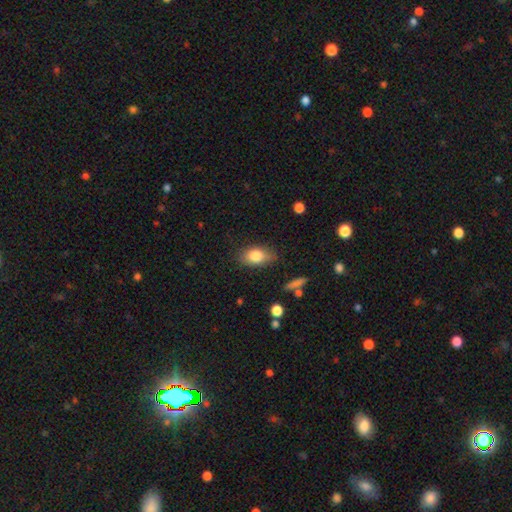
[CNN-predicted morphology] Q: Smooth or featured?
A: smooth (82%); runner-up: featured or disk (10%)
Q: How rounded?
A: in between (84%); runner-up: round (12%)
Q: Merging?
A: none (77%); runner-up: minor disturbance (17%)